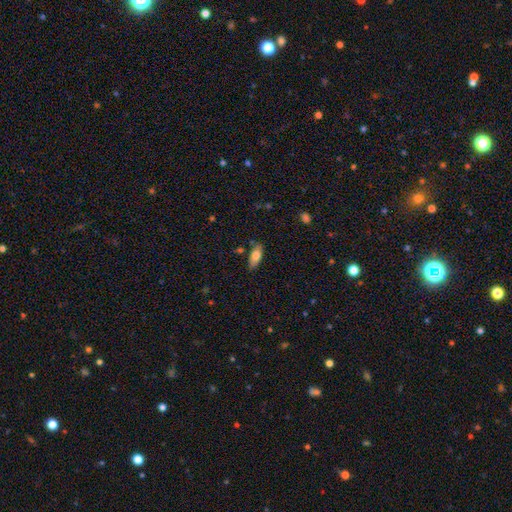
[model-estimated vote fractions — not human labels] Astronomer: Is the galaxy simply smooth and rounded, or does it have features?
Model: smooth — 77%.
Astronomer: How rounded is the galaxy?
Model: in between — 77%.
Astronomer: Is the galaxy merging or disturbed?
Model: none — 81%.